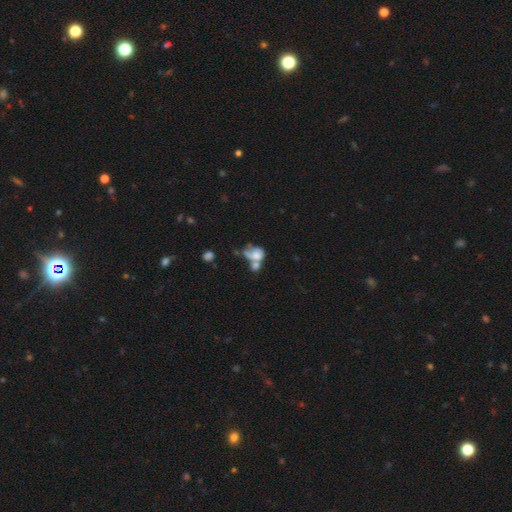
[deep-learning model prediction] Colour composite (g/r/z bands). It shows a smooth galaxy with no disk features (59%) that is in between round and cigar-shaped (59%). Merging: merger (57%).